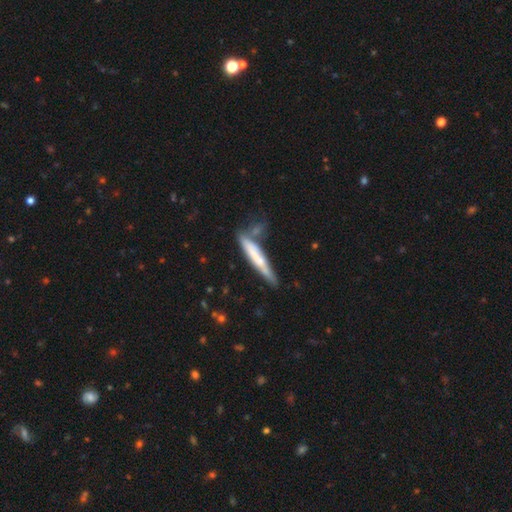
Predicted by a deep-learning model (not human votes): The model was most divided on "smooth or featured": smooth: 56%, featured or disk: 39%, star or artifact: 6%. More confident: how rounded — cigar-shaped (93%); merging — none (60%).